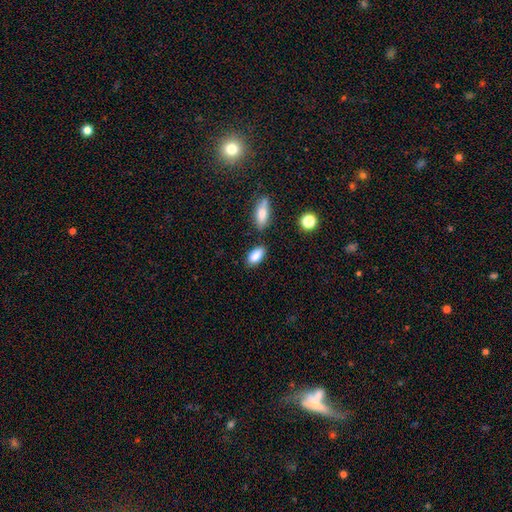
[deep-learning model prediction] This is clearly a smooth galaxy (86%). How rounded: clearly in between (89%). Merging: likely none (76%).